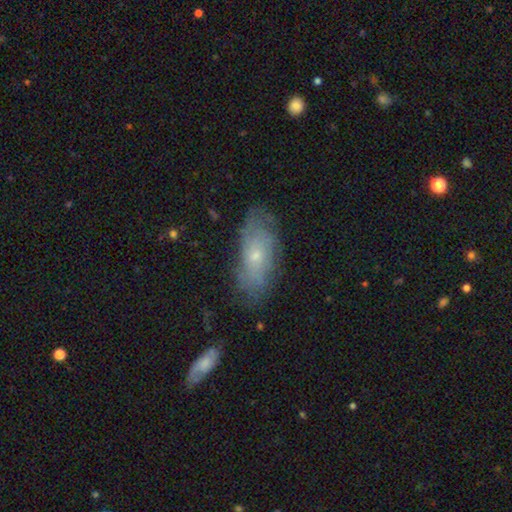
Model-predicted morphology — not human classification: The model was most divided on "smooth or featured": featured or disk: 50%, smooth: 42%, star or artifact: 8%. More confident: merging — none (69%).